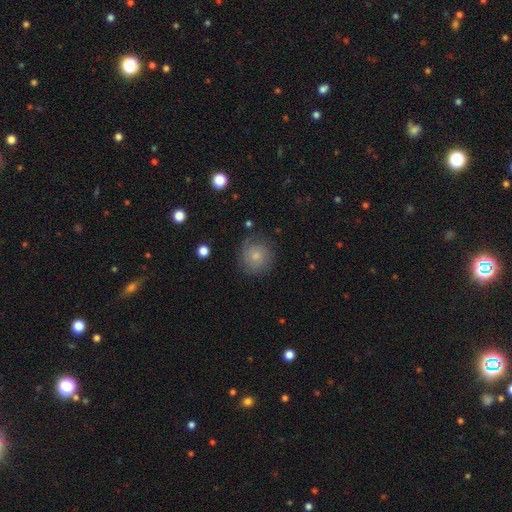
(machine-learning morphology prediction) smooth-or-featured: smooth: 59% | featured or disk: 32% | star or artifact: 9%
  how-rounded: round: 89% | in between: 10% | cigar-shaped: 1%
  merging: none: 73% | minor disturbance: 18% | major disturbance: 7% | merger: 2%